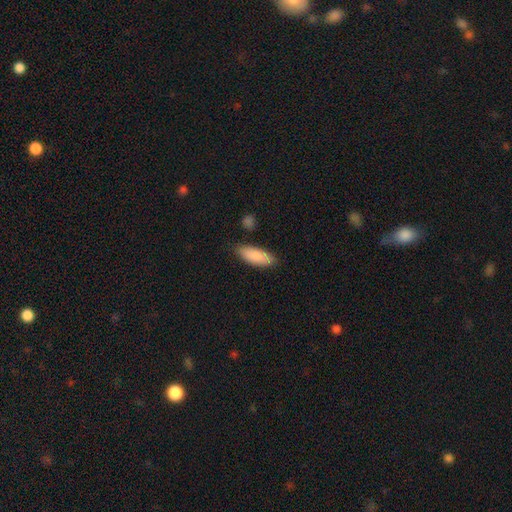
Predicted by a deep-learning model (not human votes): smooth_or_featured: smooth (p=0.87) [alt: featured or disk p=0.07]
how_rounded: in between (p=0.70) [alt: cigar-shaped p=0.28]
merging: none (p=0.81) [alt: minor disturbance p=0.14]